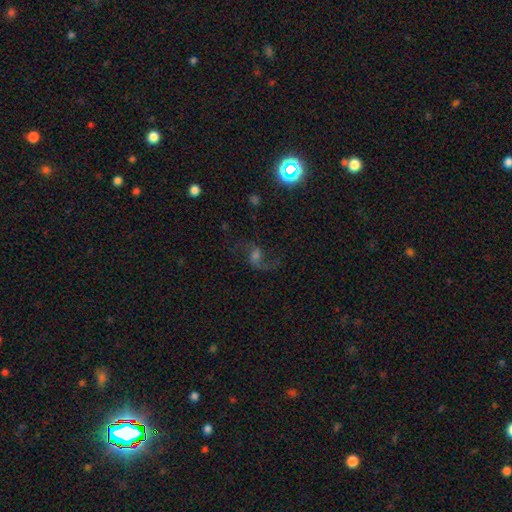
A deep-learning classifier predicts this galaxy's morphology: featured or disk 68%, star or artifact 17%, smooth 15%. Down the decision tree: edge-on disk — no (96%); bar — weak (45%); spiral arms — yes (92%); spiral arm count — 2 (86%); spiral winding — loose (78%); bulge size — moderate (41%); merging — none (67%).